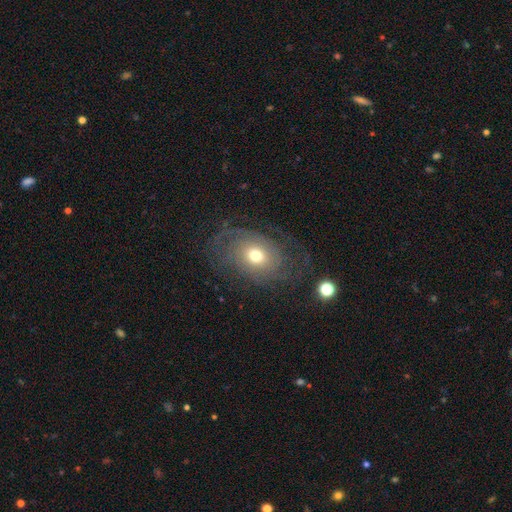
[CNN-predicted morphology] featured or disk 61%, smooth 29%, star or artifact 10%. Down the decision tree: edge-on disk — no (95%); bar — no (82%); spiral arms — yes (78%); bulge size — moderate (62%); merging — none (64%).